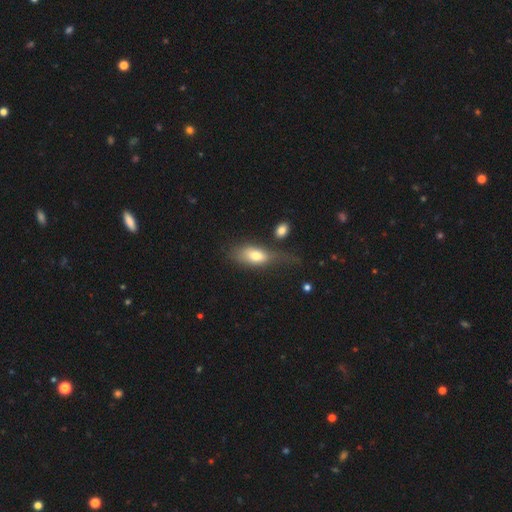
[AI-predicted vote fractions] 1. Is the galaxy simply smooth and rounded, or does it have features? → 74% smooth, 19% featured or disk, 8% star or artifact.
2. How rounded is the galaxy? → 84% in between, 10% cigar-shaped, 6% round.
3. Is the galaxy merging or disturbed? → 33% none, 30% major disturbance, 27% minor disturbance, 10% merger.